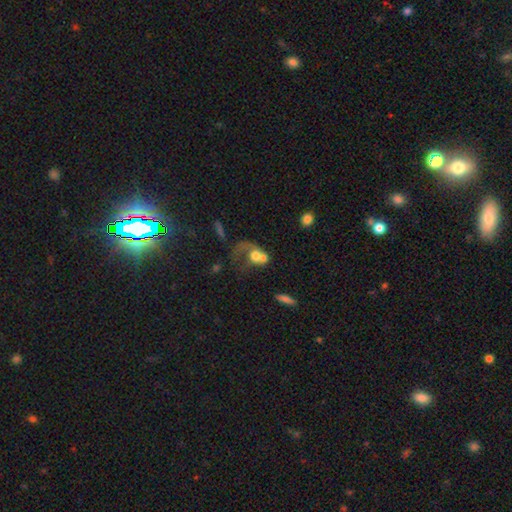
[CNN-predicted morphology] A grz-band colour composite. It shows a smooth galaxy with no disk features (50%). Merging: merger (48%).